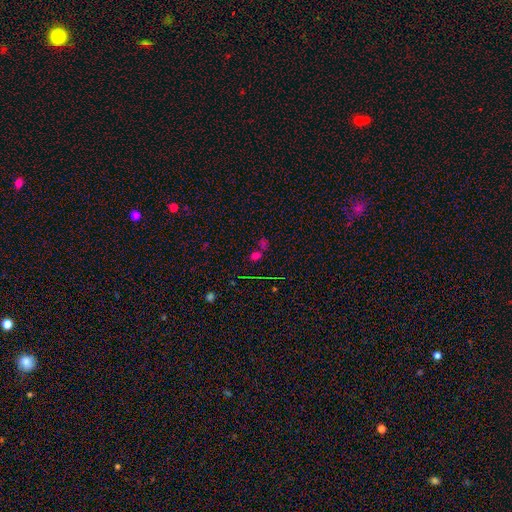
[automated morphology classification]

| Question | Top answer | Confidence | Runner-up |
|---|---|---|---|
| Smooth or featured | smooth | 46% | star or artifact (43%) |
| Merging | none | 47% | merger (35%) |